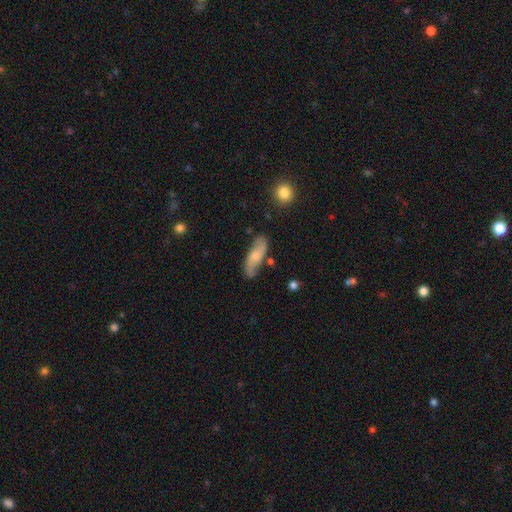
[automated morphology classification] Overall: smooth (50%; featured or disk 44%). Merging: none (72%).